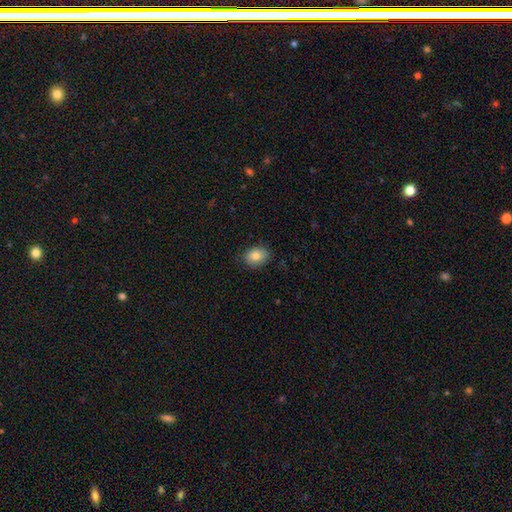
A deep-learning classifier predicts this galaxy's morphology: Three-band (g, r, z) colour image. It shows a smooth galaxy with no disk features (81%) that is in between round and cigar-shaped (70%). Merging: none (83%).